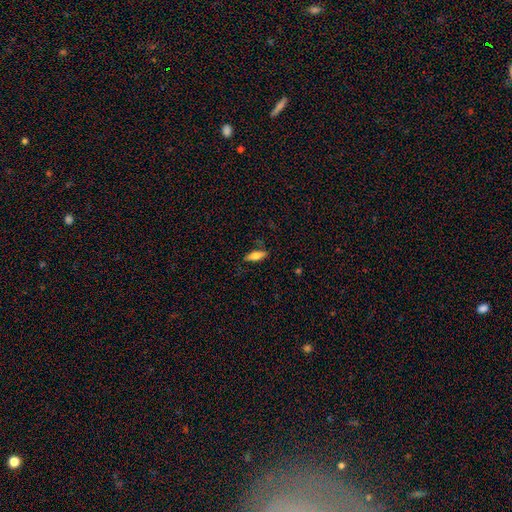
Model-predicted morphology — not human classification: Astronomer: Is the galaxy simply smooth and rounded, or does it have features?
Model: smooth — 70%.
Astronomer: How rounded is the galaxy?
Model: in between — 56% (runner-up: cigar-shaped, 42%).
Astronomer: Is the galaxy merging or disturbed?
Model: none — 78%.